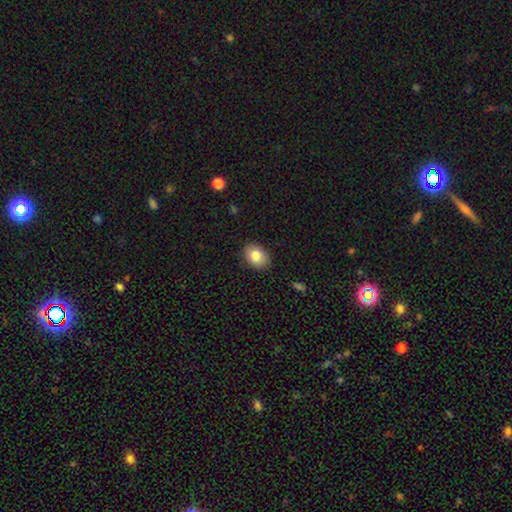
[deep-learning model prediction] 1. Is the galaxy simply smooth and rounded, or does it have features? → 83% smooth, 9% featured or disk, 8% star or artifact.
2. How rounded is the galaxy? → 66% in between, 33% round, 1% cigar-shaped.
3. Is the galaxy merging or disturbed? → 88% none, 9% minor disturbance, 2% major disturbance, 1% merger.